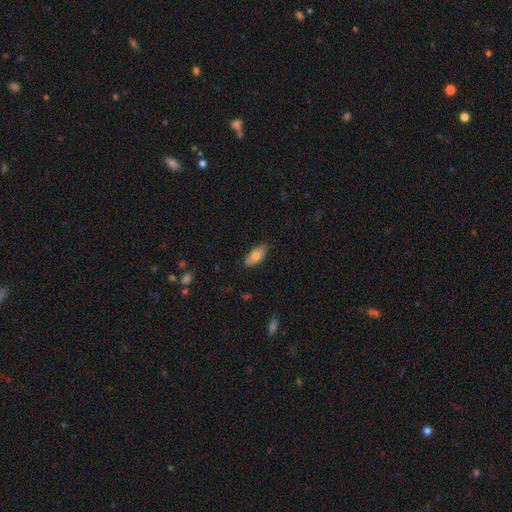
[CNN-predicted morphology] smooth_or_featured: smooth (p=0.78) [alt: featured or disk p=0.16]
how_rounded: in between (p=0.88) [alt: cigar-shaped p=0.10]
merging: none (p=0.86) [alt: minor disturbance p=0.11]